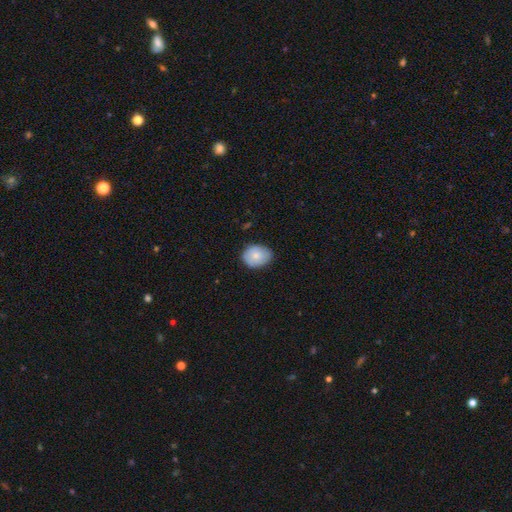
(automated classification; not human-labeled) This appears to be a smooth galaxy with no disk features (78%) that is in between round and cigar-shaped (53%). Merging: none (76%).